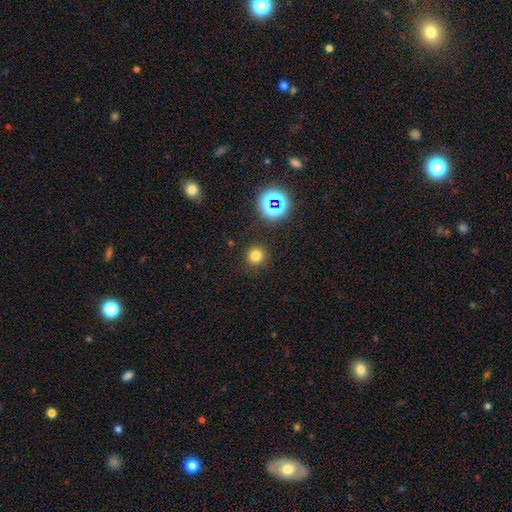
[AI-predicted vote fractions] smooth-or-featured: smooth: 74% | star or artifact: 20% | featured or disk: 6%
  how-rounded: round: 94% | in between: 5% | cigar-shaped: 1%
  merging: none: 90% | minor disturbance: 6% | major disturbance: 3% | merger: 2%